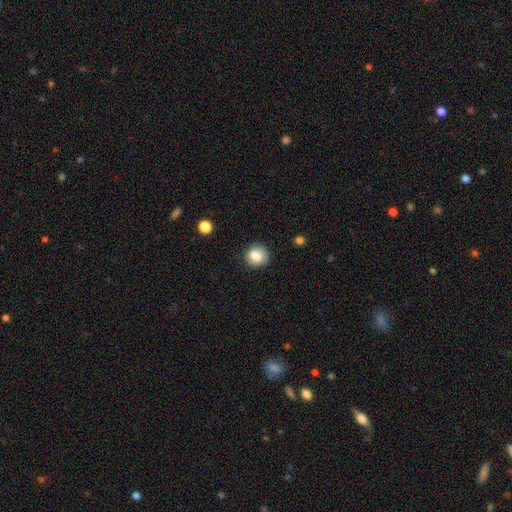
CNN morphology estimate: The model was most divided on "merging": none: 80%, minor disturbance: 15%, major disturbance: 4%, merger: 2%. More confident: how rounded — round (83%); smooth or featured — smooth (82%).